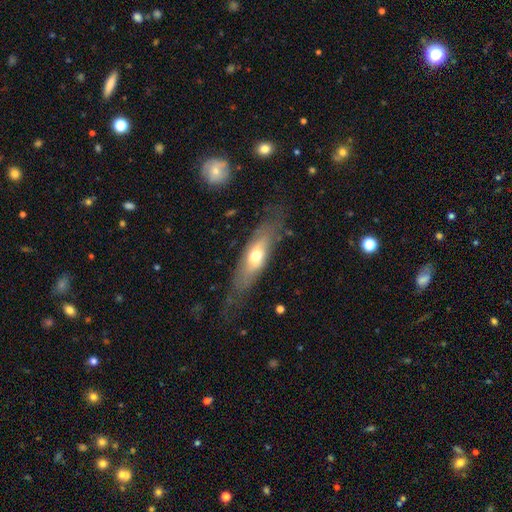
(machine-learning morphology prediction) Q: Smooth or featured?
A: smooth (50%); runner-up: featured or disk (43%)
Q: Merging?
A: none (66%); runner-up: minor disturbance (21%)